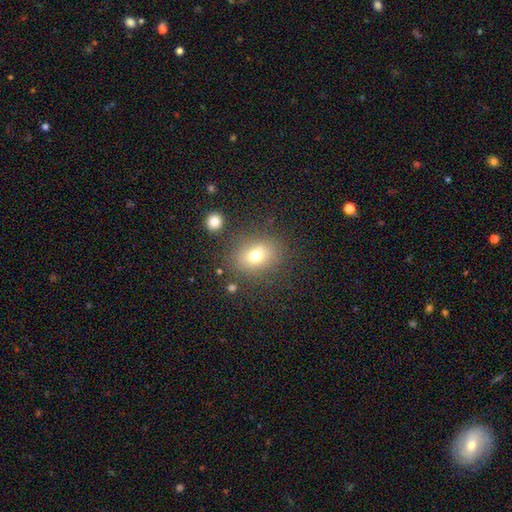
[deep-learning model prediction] Morphology: type=smooth (72%); roundness=in between (50%); merging=none (79%).